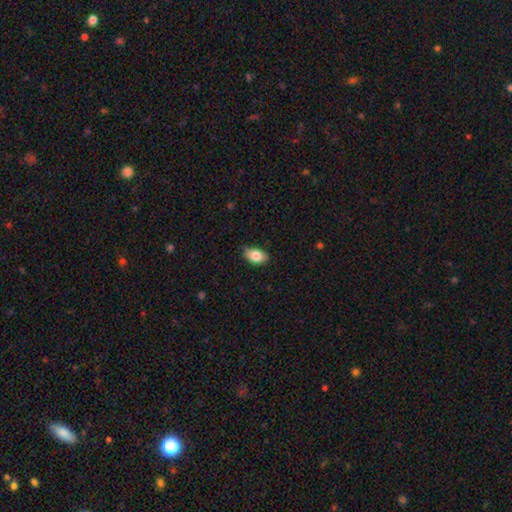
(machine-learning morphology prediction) type=smooth (83%); roundness=in between (89%); merging=none (77%).